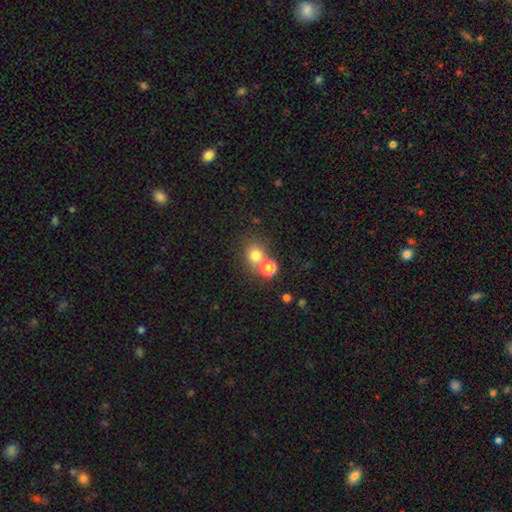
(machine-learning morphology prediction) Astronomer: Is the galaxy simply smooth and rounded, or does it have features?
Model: smooth — 76%.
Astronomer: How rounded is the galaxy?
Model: round — 80%.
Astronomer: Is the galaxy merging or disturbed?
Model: none — 58%.